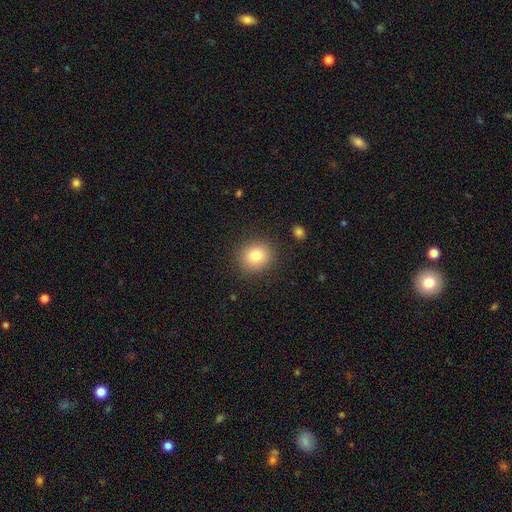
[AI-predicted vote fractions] This appears to be a smooth galaxy with no disk features (79%) that is round (83%). Merging: none (89%).